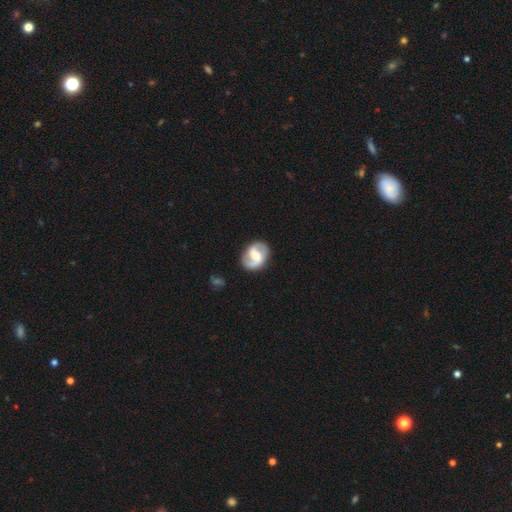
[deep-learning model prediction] Smooth or featured? featured or disk (82%)
Edge-on disk? no (98%)
Bar? weak (48%)
Spiral arms? yes (94%)
Spiral winding? medium (47%)
Spiral arm count? 2 (91%)
Bulge size? moderate (54%)
Merging? none (82%)